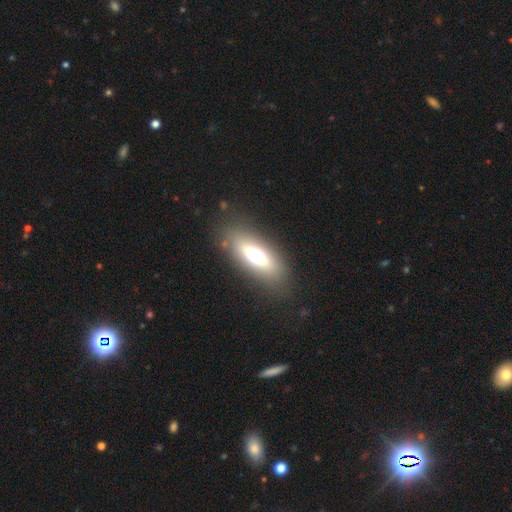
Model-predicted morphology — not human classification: This is possibly a smooth galaxy (51%). How rounded: likely in between (68%). Merging: clearly none (82%).